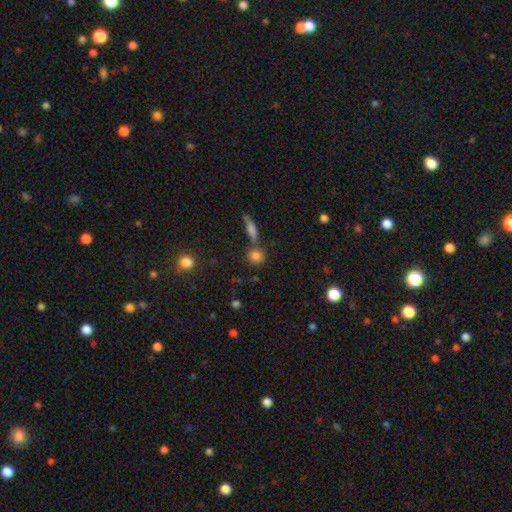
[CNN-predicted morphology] smooth_or_featured: smooth (p=0.81) [alt: star or artifact p=0.11]
how_rounded: round (p=0.80) [alt: in between p=0.16]
merging: none (p=0.64) [alt: merger p=0.22]